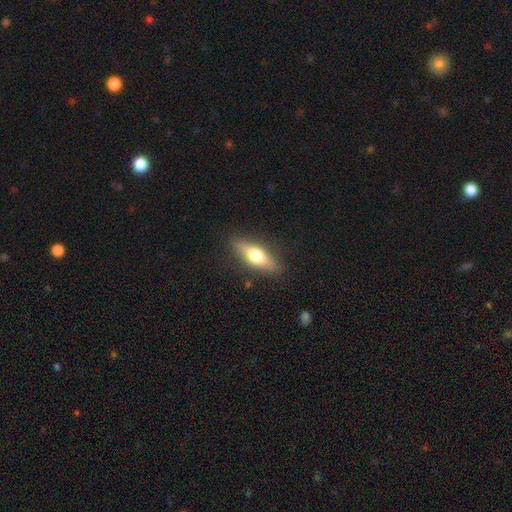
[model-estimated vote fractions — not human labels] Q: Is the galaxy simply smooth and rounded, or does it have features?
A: smooth — 56%.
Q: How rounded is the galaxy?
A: in between — 49%.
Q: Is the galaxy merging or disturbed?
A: none — 86%.